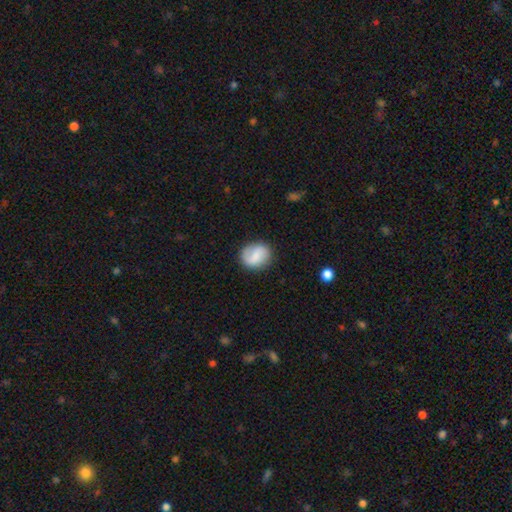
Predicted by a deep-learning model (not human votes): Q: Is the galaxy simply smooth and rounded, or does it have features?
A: smooth — 67%.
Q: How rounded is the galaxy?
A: round — 67%.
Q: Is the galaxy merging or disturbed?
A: none — 80%.